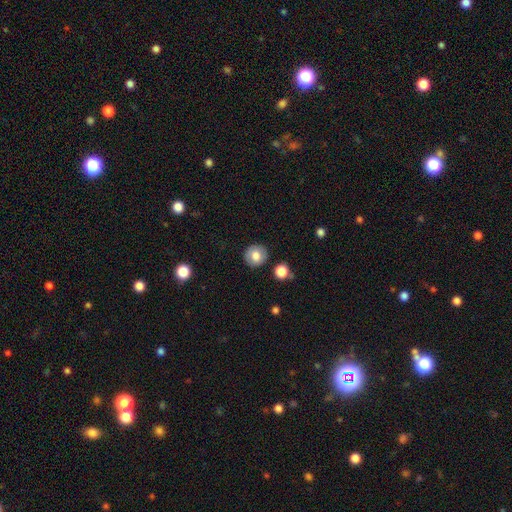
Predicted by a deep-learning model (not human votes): Overall: smooth (76%). How rounded: round (88%). Merging: none (86%).